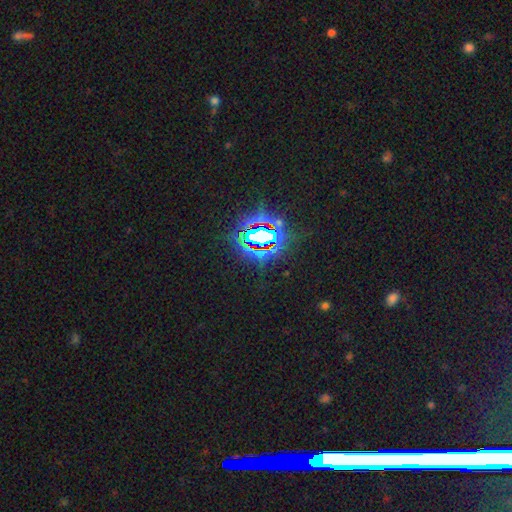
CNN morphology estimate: smooth-or-featured: star or artifact: 84% | smooth: 10% | featured or disk: 6%